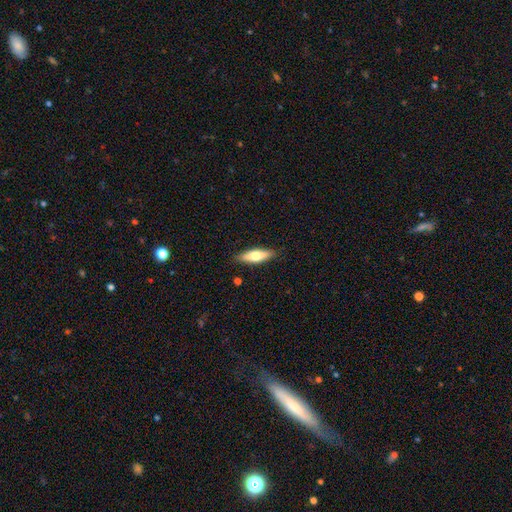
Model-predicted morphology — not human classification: smooth_or_featured: smooth (p=0.64) [alt: featured or disk p=0.31]
how_rounded: cigar-shaped (p=0.50) [alt: in between p=0.48]
merging: none (p=0.87) [alt: minor disturbance p=0.09]